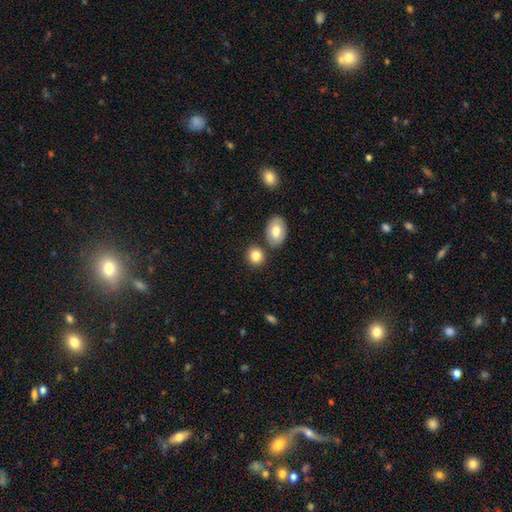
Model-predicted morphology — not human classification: smooth 81%, featured or disk 10%, star or artifact 9%. Down the decision tree: how rounded — round (72%); merging — none (74%).